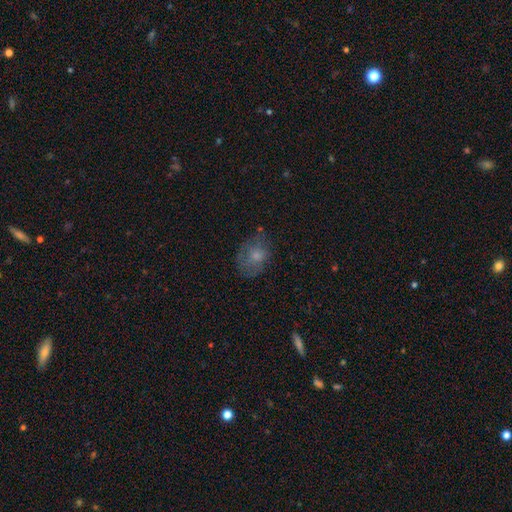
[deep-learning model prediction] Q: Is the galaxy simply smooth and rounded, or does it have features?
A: smooth — 61%.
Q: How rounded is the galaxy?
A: in between — 62%.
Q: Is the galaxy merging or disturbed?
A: none — 57%.